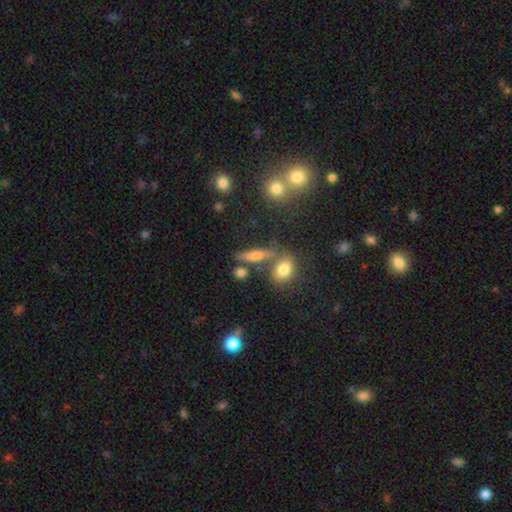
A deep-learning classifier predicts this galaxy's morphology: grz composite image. It shows a smooth galaxy with no disk features (52%) that is cigar-shaped (56%). Merging: none (68%).